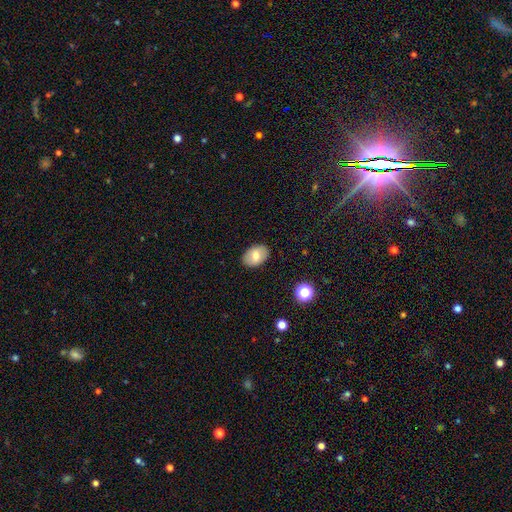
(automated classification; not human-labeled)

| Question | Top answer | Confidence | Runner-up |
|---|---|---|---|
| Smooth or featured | smooth | 70% | featured or disk (22%) |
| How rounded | in between | 86% | round (13%) |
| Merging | none | 87% | minor disturbance (9%) |